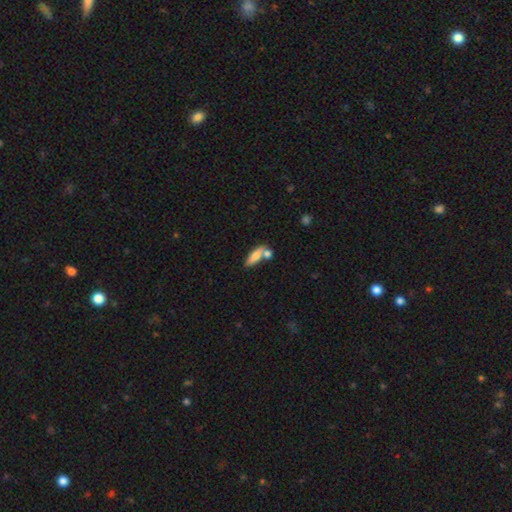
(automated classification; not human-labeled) A smooth galaxy with no disk features (73%) that is in between round and cigar-shaped (55%). Merging: none (45%).